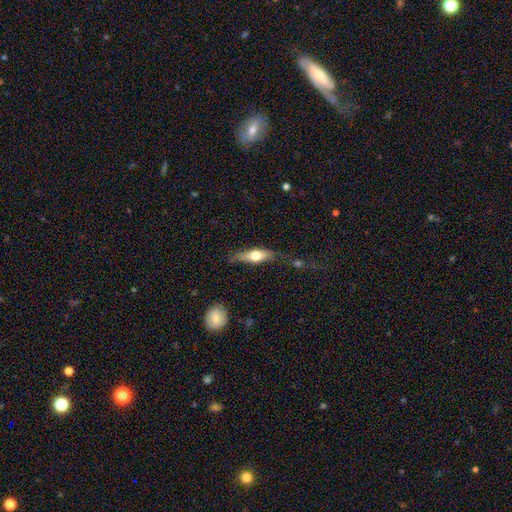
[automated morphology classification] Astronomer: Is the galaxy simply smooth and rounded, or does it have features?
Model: smooth — 51% (runner-up: featured or disk, 43%).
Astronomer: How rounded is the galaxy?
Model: cigar-shaped — 52% (runner-up: in between, 45%).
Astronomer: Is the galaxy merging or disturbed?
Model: none — 62%.